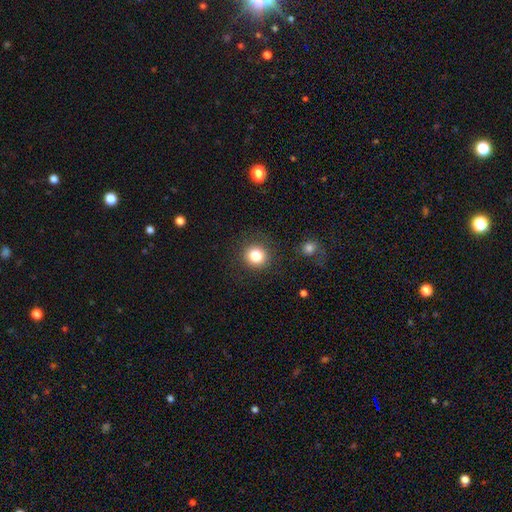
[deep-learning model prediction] smooth-or-featured: smooth: 83% | star or artifact: 11% | featured or disk: 6%
  how-rounded: round: 91% | in between: 8% | cigar-shaped: 1%
  merging: none: 88% | minor disturbance: 7% | major disturbance: 3% | merger: 2%